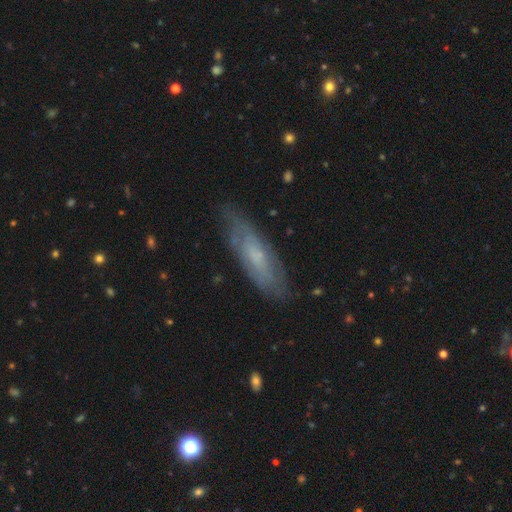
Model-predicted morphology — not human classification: Overall: featured or disk (53%; smooth 40%). Edge-on disk: no (68%; yes 32%). Merging: none (76%).